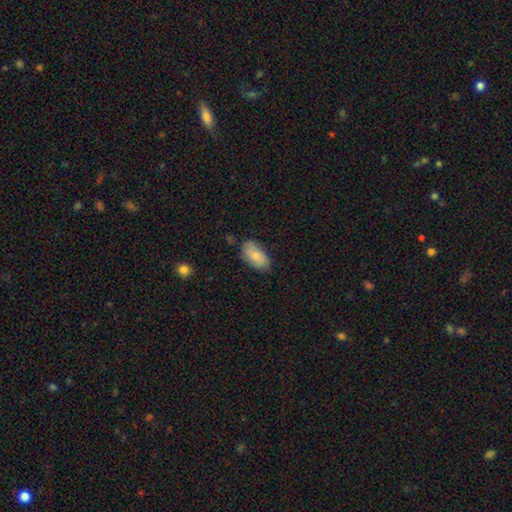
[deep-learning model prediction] Smooth or featured: smooth — 74% (featured or disk — 20%)
How rounded: in between — 94% (round — 4%)
Merging: none — 75% (minor disturbance — 20%)